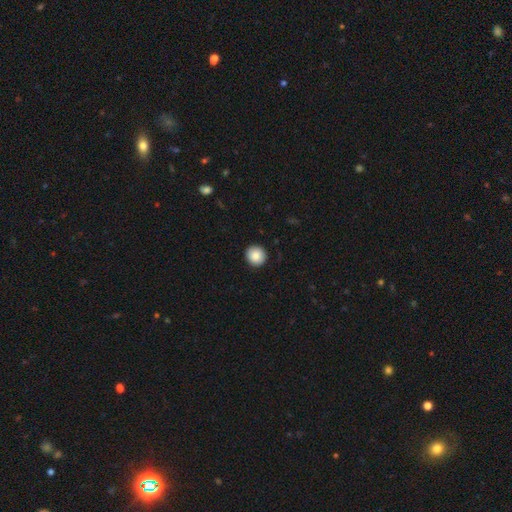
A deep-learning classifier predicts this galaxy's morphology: Smooth or featured? smooth (88%)
How rounded? round (94%)
Merging? none (92%)